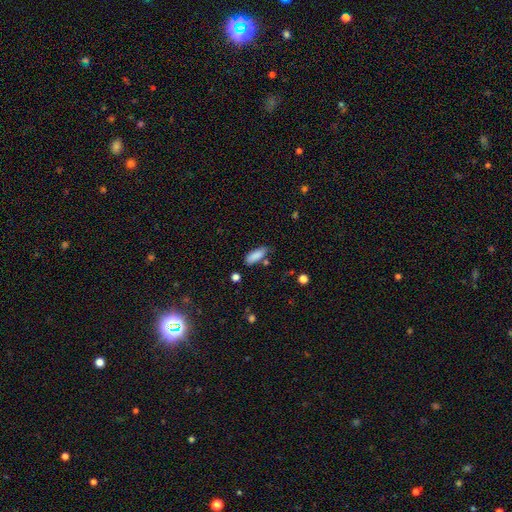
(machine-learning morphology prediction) type=smooth (87%); roundness=in between (69%); merging=none (69%).